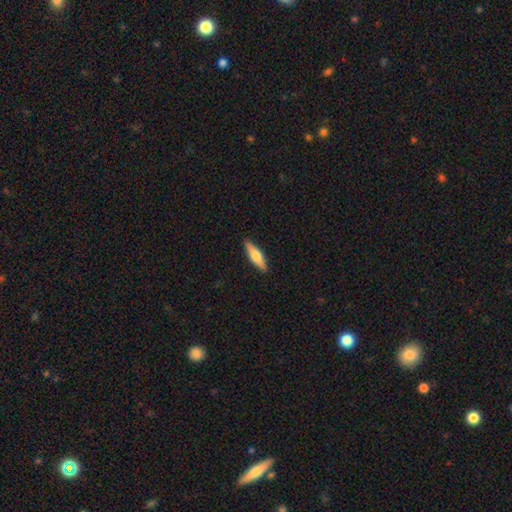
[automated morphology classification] This appears to be a smooth galaxy with no disk features (52%) that is cigar-shaped (65%). Merging: none (90%).